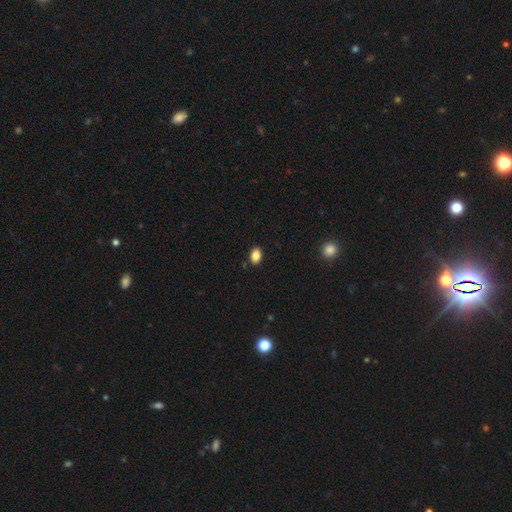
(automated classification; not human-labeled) Q: Smooth or featured?
A: smooth (84%); runner-up: star or artifact (9%)
Q: How rounded?
A: in between (85%); runner-up: round (13%)
Q: Merging?
A: none (88%); runner-up: minor disturbance (9%)